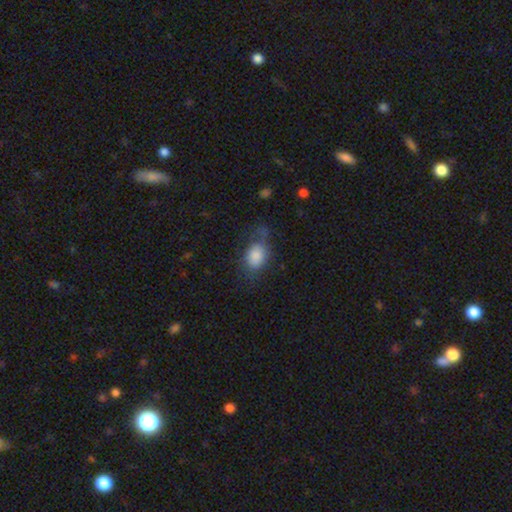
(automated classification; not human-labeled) smooth 80%, featured or disk 12%, star or artifact 8%. Down the decision tree: how rounded — in between (77%); merging — none (49%).